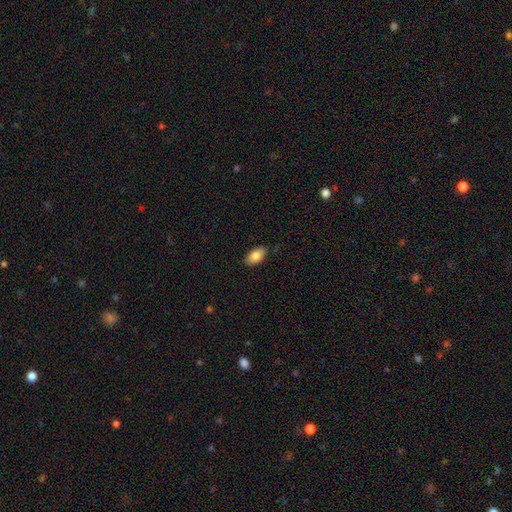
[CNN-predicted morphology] Q: Smooth or featured?
A: smooth (83%); runner-up: featured or disk (10%)
Q: How rounded?
A: in between (94%); runner-up: round (4%)
Q: Merging?
A: none (86%); runner-up: minor disturbance (11%)